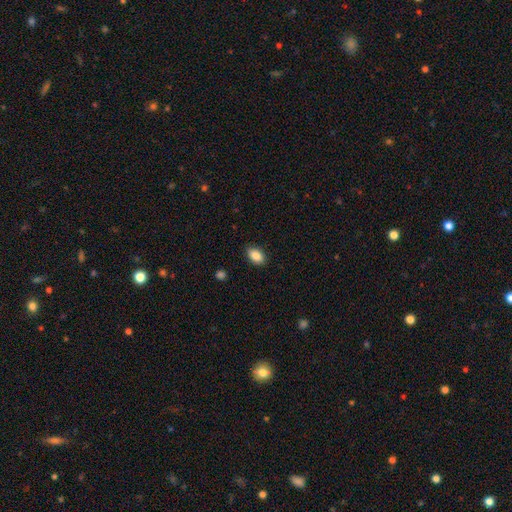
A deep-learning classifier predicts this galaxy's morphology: type=smooth (88%); roundness=in between (90%); merging=none (88%).